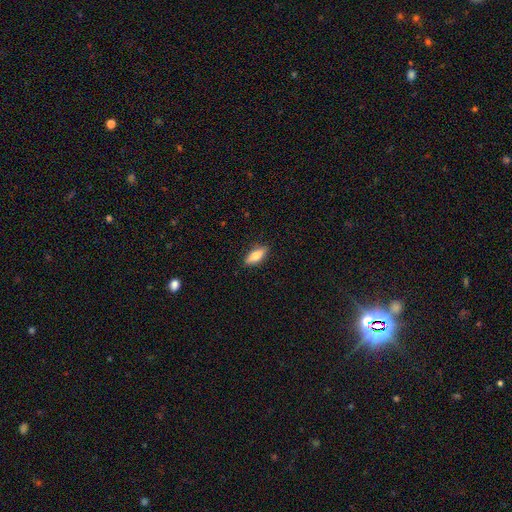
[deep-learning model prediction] smooth 70%, featured or disk 24%, star or artifact 7%. Down the decision tree: how rounded — in between (66%); merging — none (86%).